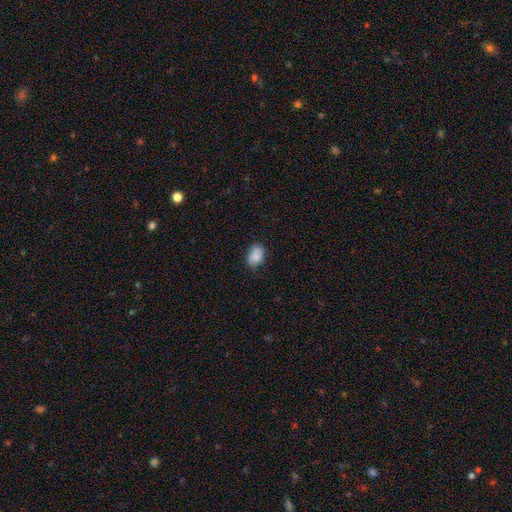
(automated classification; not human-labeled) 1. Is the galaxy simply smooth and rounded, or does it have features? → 86% smooth, 7% star or artifact, 6% featured or disk.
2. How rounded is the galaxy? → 84% in between, 15% round, 1% cigar-shaped.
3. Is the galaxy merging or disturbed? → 77% none, 19% minor disturbance, 3% major disturbance, 1% merger.